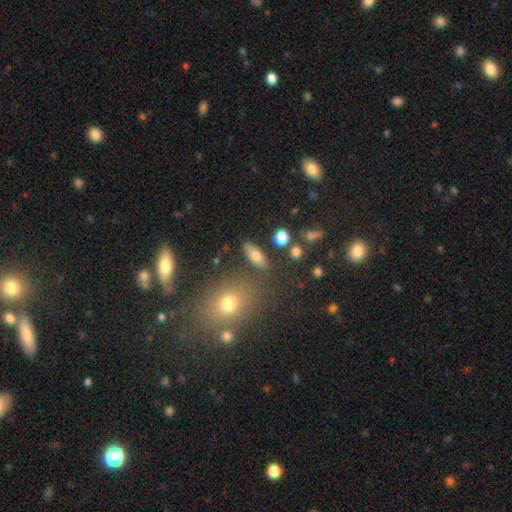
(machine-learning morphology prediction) This appears to be a smooth galaxy with no disk features (73%) that is in between round and cigar-shaped (76%). Merging: none (81%).